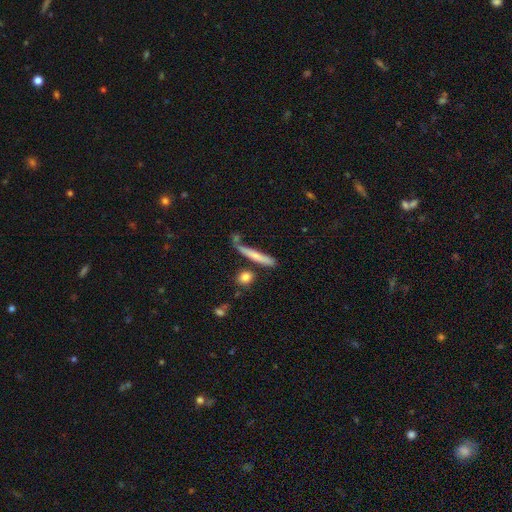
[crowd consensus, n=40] Volunteers were most divided on "smooth or featured": smooth: 60%, featured or disk: 28%, star or artifact: 12%. More confident: how rounded — cigar-shaped (88%); merging — none (63%).